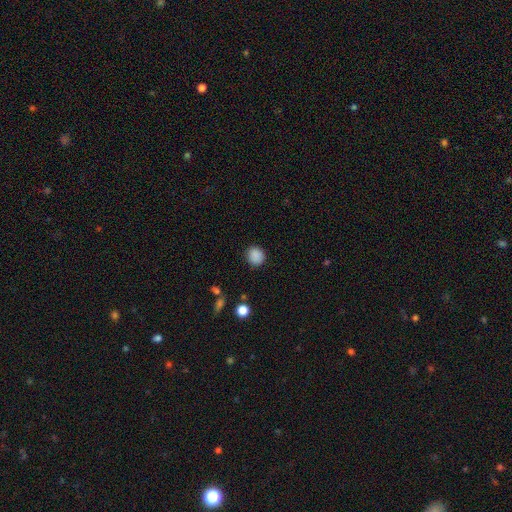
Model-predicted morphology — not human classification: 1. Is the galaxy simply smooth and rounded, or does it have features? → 87% smooth, 10% star or artifact, 3% featured or disk.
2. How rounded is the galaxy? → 86% round, 13% in between, 1% cigar-shaped.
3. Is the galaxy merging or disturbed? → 87% none, 9% minor disturbance, 3% major disturbance, 1% merger.